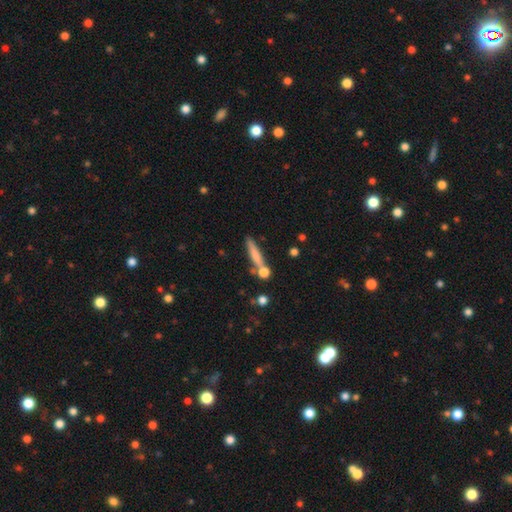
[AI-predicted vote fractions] The model was most divided on "smooth or featured": smooth: 65%, featured or disk: 27%, star or artifact: 8%. More confident: how rounded — cigar-shaped (87%); merging — none (68%).